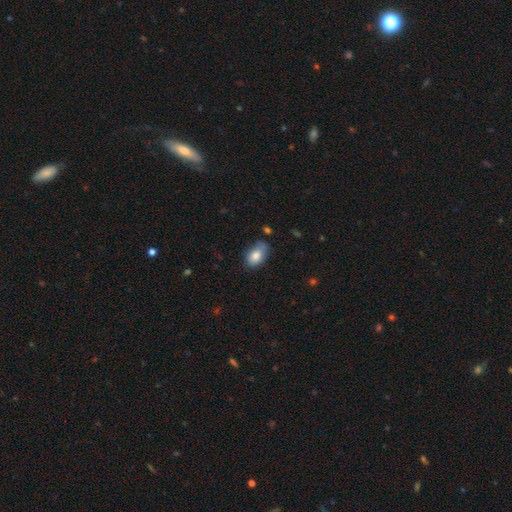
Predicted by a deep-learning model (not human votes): A smooth galaxy with no disk features (82%) that is in between round and cigar-shaped (87%). Merging: none (59%).